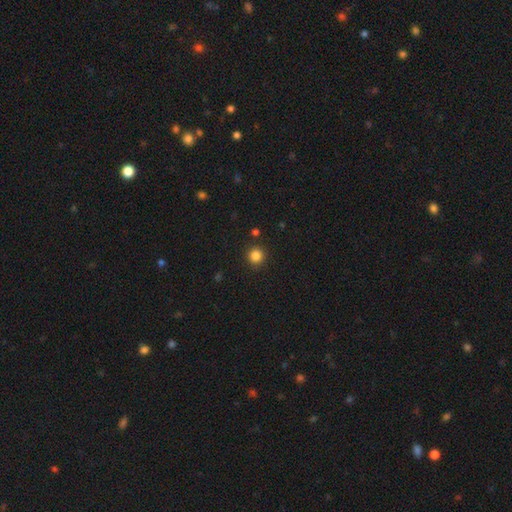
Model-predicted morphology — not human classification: The model was most divided on "smooth or featured": smooth: 84%, star or artifact: 12%, featured or disk: 4%. More confident: how rounded — round (94%); merging — none (90%).